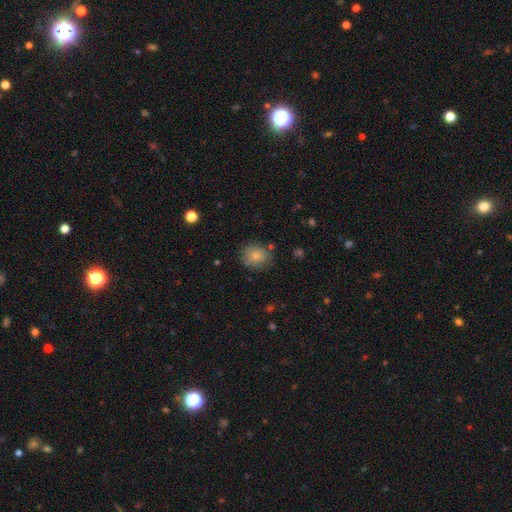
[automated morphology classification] Smooth or featured? Predicted: smooth (p=0.80). How rounded? Predicted: round (p=0.78). Merging? Predicted: none (p=0.78).